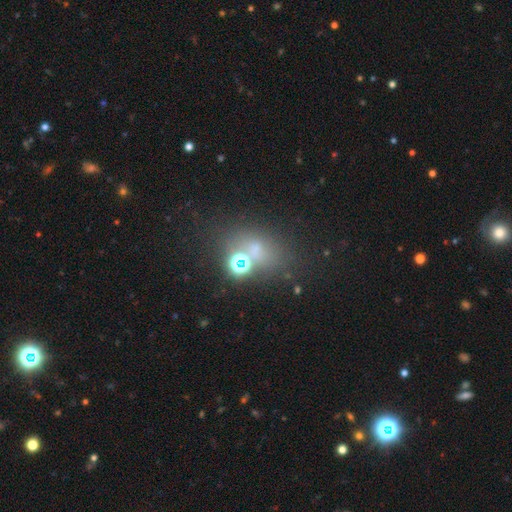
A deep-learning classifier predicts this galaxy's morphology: Smooth or featured? Predicted: star or artifact (p=0.45).